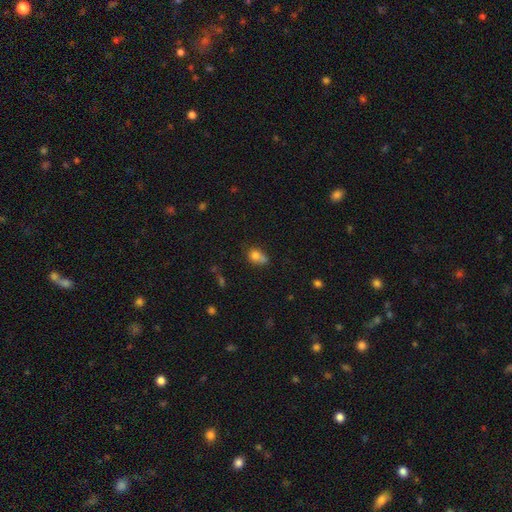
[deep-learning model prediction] smooth-or-featured: smooth: 76% | featured or disk: 13% | star or artifact: 12%
  how-rounded: in between: 59% | round: 39% | cigar-shaped: 2%
  merging: none: 35% | merger: 30% | minor disturbance: 24% | major disturbance: 11%